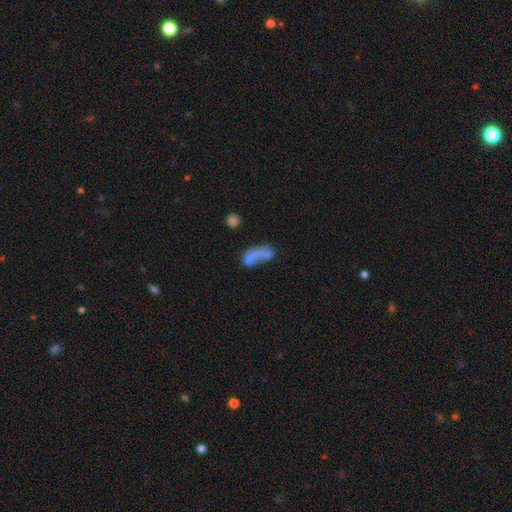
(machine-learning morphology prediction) Smooth or featured? smooth (57%)
How rounded? in between (75%)
Merging? merger (44%)